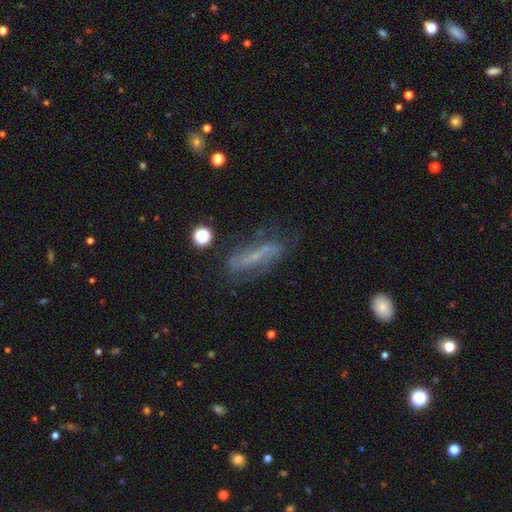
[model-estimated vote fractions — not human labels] Smooth or featured?
  - featured or disk: 57% *
  - smooth: 30%
  - star or artifact: 13%
Edge-on disk?
  - no: 69% *
  - yes: 31%
Merging?
  - none: 60% *
  - minor disturbance: 23%
  - major disturbance: 13%
  - merger: 4%